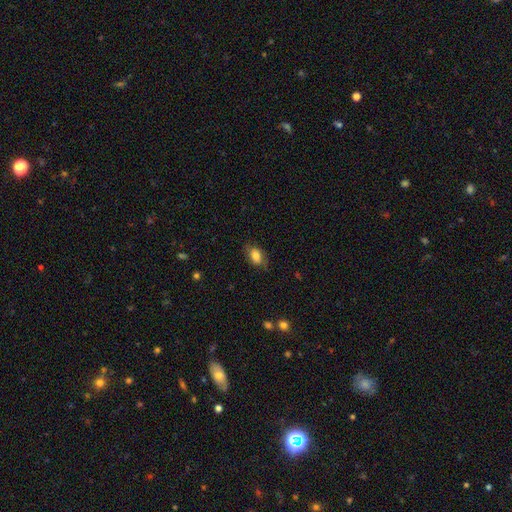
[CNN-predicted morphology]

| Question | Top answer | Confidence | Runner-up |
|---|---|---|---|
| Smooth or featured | smooth | 78% | featured or disk (13%) |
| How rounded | in between | 85% | round (13%) |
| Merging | none | 72% | minor disturbance (21%) |